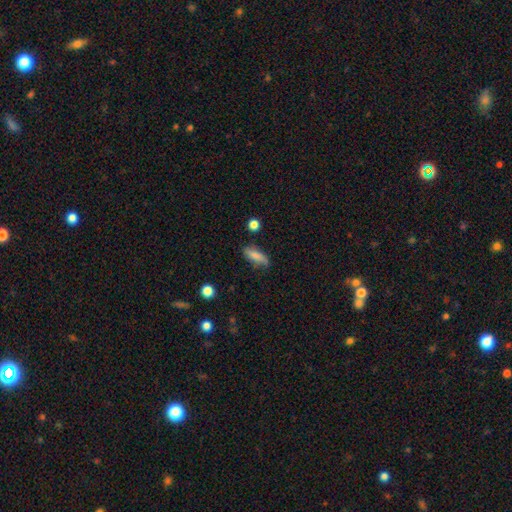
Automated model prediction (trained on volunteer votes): A smooth galaxy with no disk features (78%) that is in between round and cigar-shaped (60%).

Vote fractions:
- Smooth or featured? smooth: 78% / featured or disk: 14% / star or artifact: 8%
- How rounded? in between: 60% / cigar-shaped: 37% / round: 3%
- Merging? none: 71% / minor disturbance: 22% / major disturbance: 5% / merger: 3%